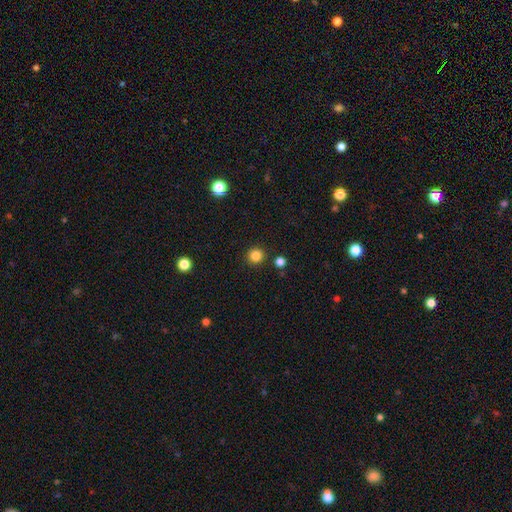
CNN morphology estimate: Smooth or featured? Predicted: smooth (p=0.84). How rounded? Predicted: round (p=0.94). Merging? Predicted: none (p=0.90).